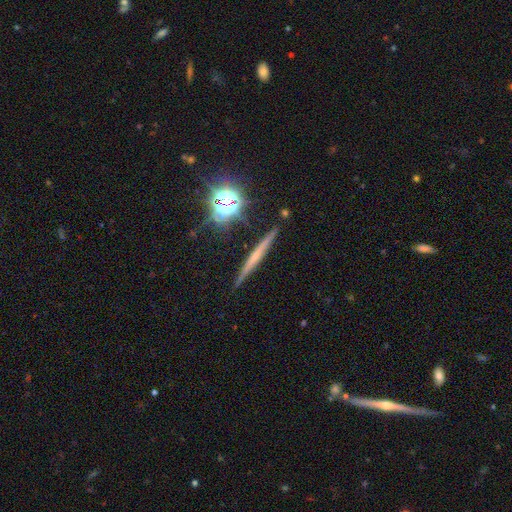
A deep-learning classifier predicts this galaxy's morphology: A featured or disk galaxy (50%) viewed edge-on (96%). Merging: none (88%).